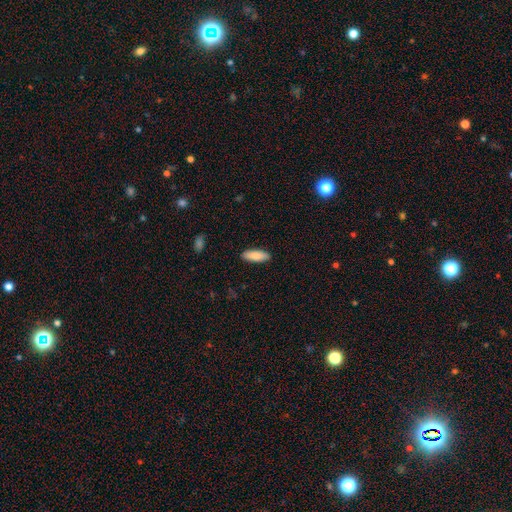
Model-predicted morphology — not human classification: Overall: smooth (83%). How rounded: in between (67%; cigar-shaped 31%). Merging: none (90%).